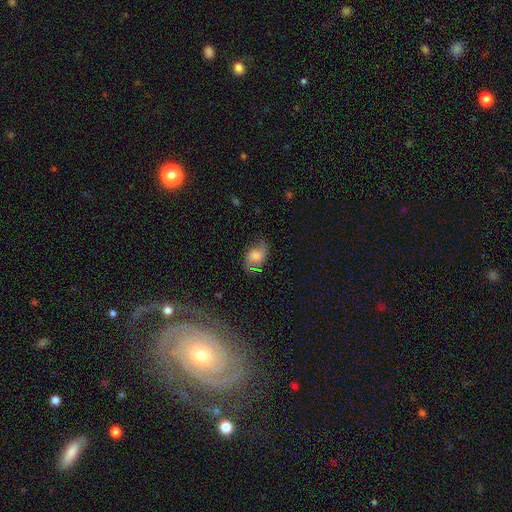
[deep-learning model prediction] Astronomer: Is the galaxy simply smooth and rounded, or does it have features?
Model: featured or disk — 47% (runner-up: smooth, 43%).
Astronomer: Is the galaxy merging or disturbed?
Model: none — 64%.